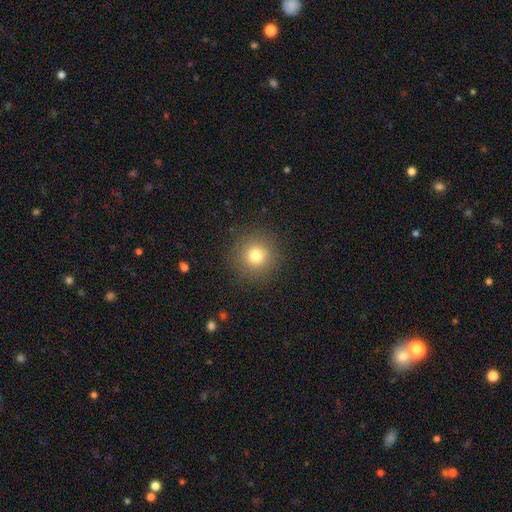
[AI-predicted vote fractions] This appears to be a smooth galaxy with no disk features (77%) that is round (95%). Merging: none (90%).